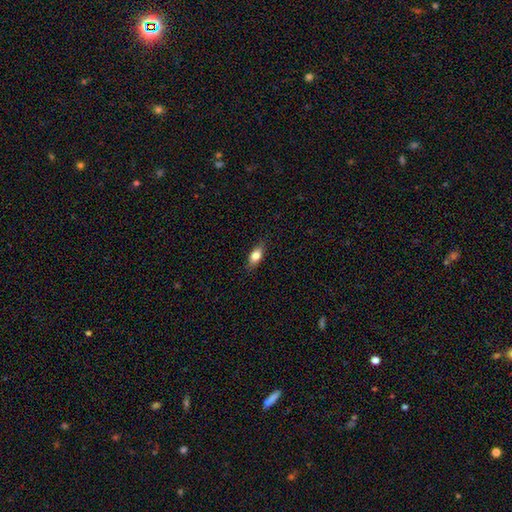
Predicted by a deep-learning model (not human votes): Smooth or featured?
  - smooth: 77% *
  - featured or disk: 15%
  - star or artifact: 8%
How rounded?
  - in between: 80% *
  - cigar-shaped: 13%
  - round: 7%
Merging?
  - none: 84% *
  - minor disturbance: 13%
  - major disturbance: 3%
  - merger: 1%